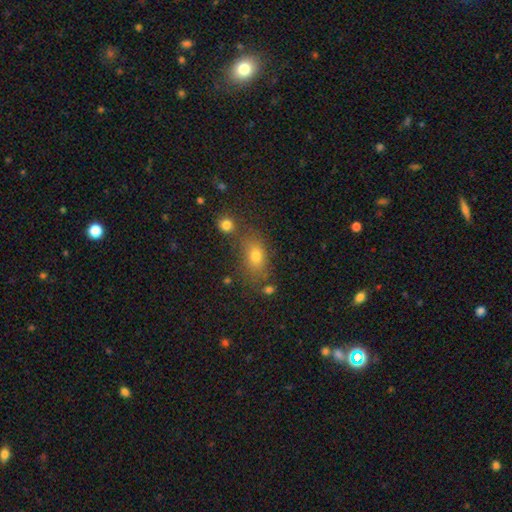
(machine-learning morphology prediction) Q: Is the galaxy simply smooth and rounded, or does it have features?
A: smooth — 73%.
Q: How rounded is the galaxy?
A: in between — 75%.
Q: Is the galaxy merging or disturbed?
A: none — 66%.